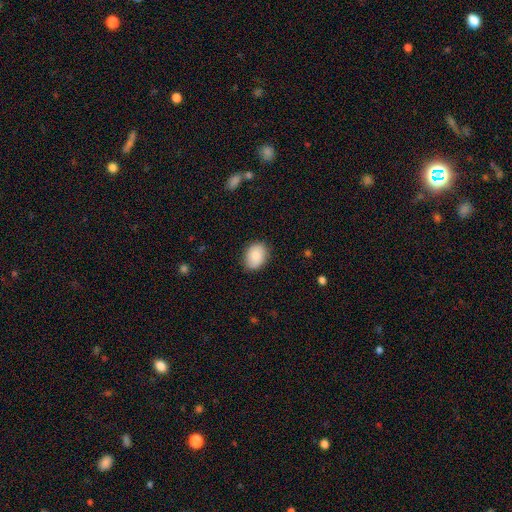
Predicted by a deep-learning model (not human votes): Smooth or featured? Predicted: smooth (p=0.84). How rounded? Predicted: in between (p=0.68). Merging? Predicted: none (p=0.85).